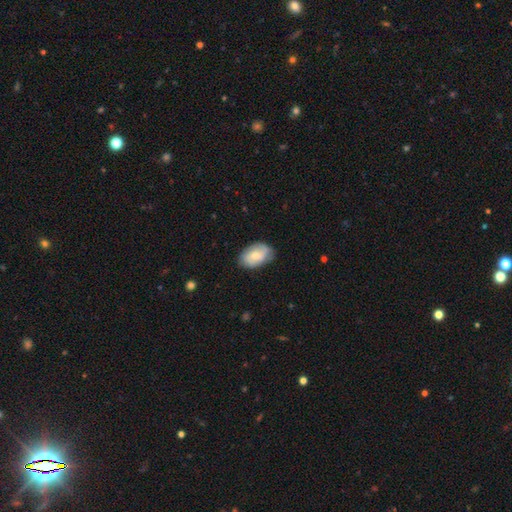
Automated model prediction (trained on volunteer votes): Smooth or featured: smooth — 62% (featured or disk — 32%)
How rounded: in between — 90% (round — 9%)
Merging: none — 77% (minor disturbance — 19%)